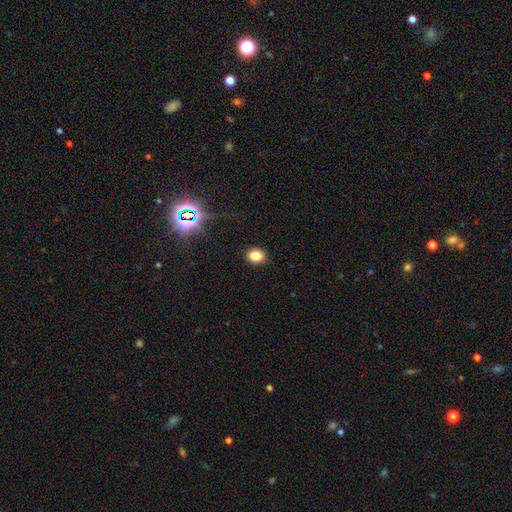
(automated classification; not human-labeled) Smooth or featured?
  - smooth: 80% *
  - star or artifact: 14%
  - featured or disk: 6%
How rounded?
  - round: 64% *
  - in between: 35%
  - cigar-shaped: 1%
Merging?
  - none: 90% *
  - minor disturbance: 7%
  - major disturbance: 2%
  - merger: 1%